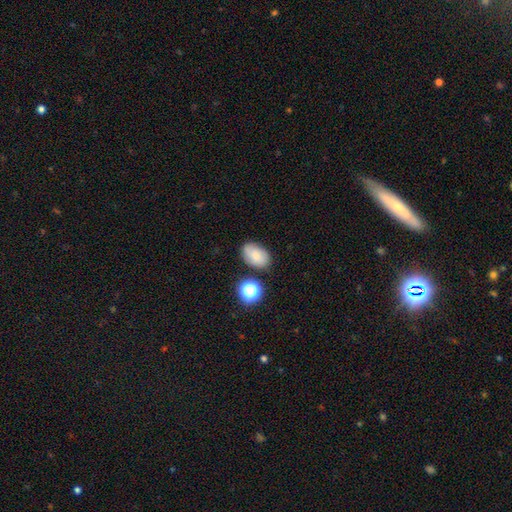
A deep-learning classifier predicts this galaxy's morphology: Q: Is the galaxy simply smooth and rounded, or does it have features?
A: smooth — 77%.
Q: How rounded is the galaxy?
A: in between — 86%.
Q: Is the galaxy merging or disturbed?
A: none — 76%.